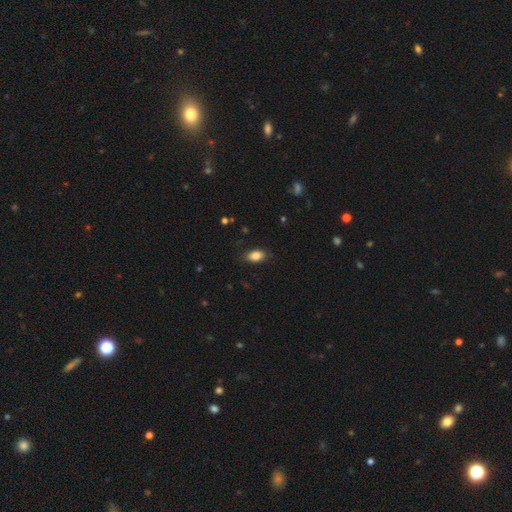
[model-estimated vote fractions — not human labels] The model was most divided on "merging": none: 81%, minor disturbance: 15%, major disturbance: 3%, merger: 1%. More confident: how rounded — in between (89%); smooth or featured — smooth (85%).